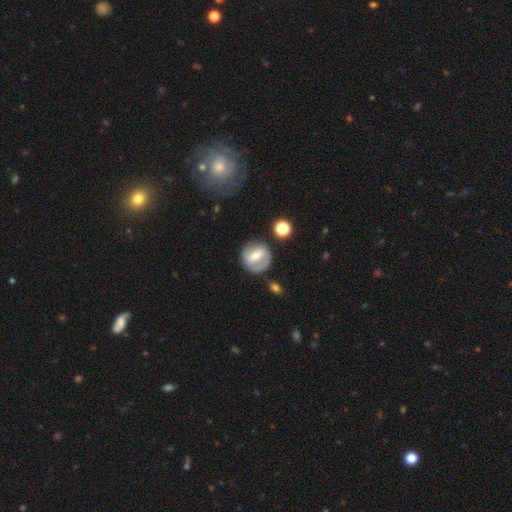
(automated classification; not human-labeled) The model was most divided on "bar": weak: 41%, strong: 38%, no: 20%. Remaining: edge-on disk — no (96%); merging — none (72%); spiral arms — yes (66%); smooth or featured — featured or disk (58%); bulge size — moderate (48%).